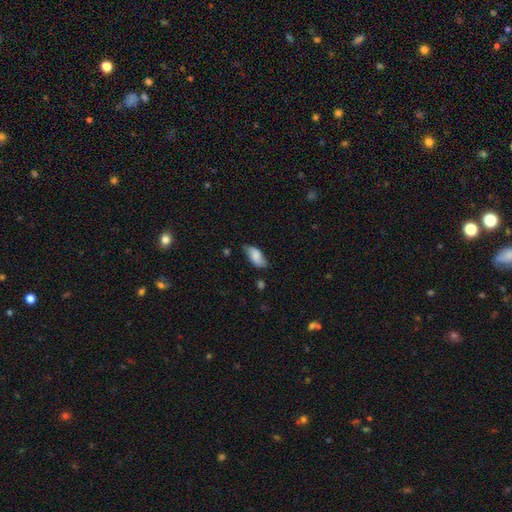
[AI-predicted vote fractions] Smooth or featured? smooth (75%)
How rounded? in between (89%)
Merging? none (67%)